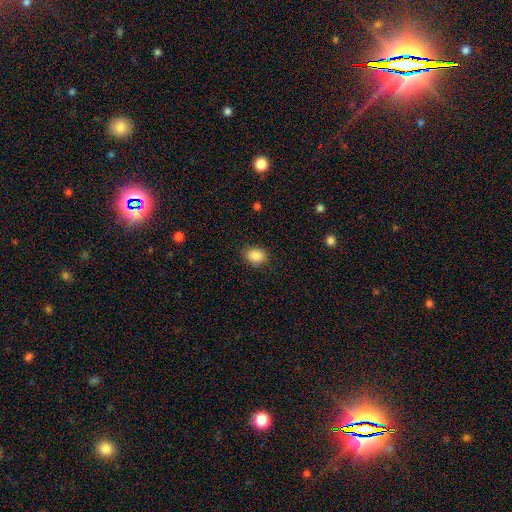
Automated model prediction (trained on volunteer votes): A smooth galaxy with no disk features (87%) that is in between round and cigar-shaped (54%).

Vote fractions:
- Smooth or featured? smooth: 87% / star or artifact: 9% / featured or disk: 4%
- How rounded? in between: 54% / round: 45% / cigar-shaped: 1%
- Merging? none: 83% / minor disturbance: 13% / major disturbance: 3% / merger: 1%